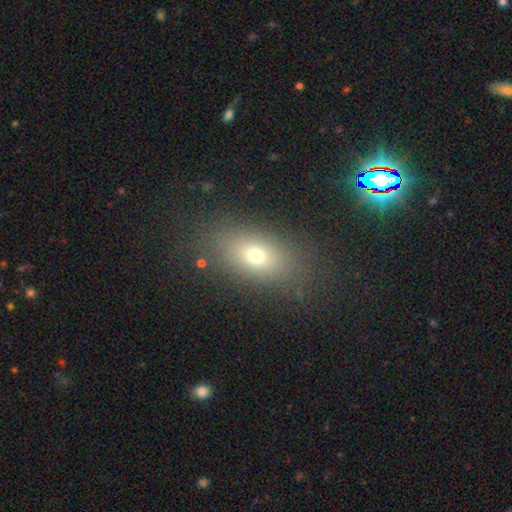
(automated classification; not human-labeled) This is likely a smooth galaxy (69%). How rounded: likely in between (78%). Merging: clearly none (83%).